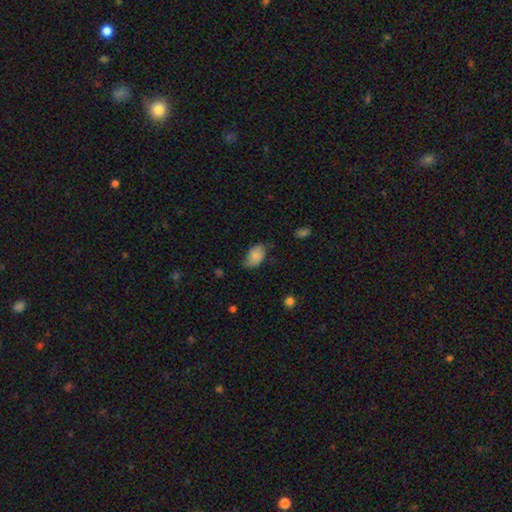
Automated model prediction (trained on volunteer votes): smooth 77%, featured or disk 15%, star or artifact 8%. Down the decision tree: how rounded — in between (88%); merging — none (53%).